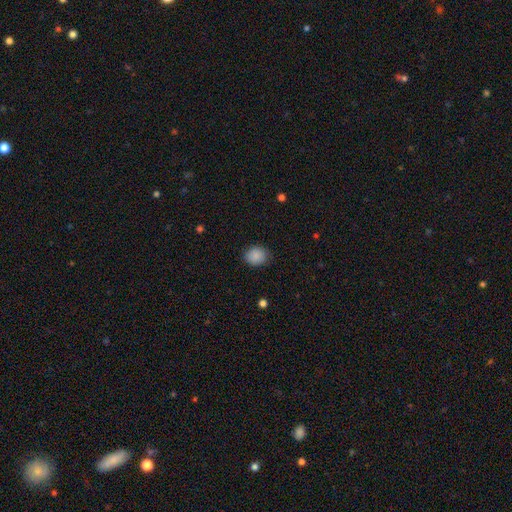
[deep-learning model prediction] smooth-or-featured: smooth: 88% | star or artifact: 8% | featured or disk: 4%
  how-rounded: round: 66% | in between: 33% | cigar-shaped: 1%
  merging: none: 83% | minor disturbance: 13% | major disturbance: 3% | merger: 1%